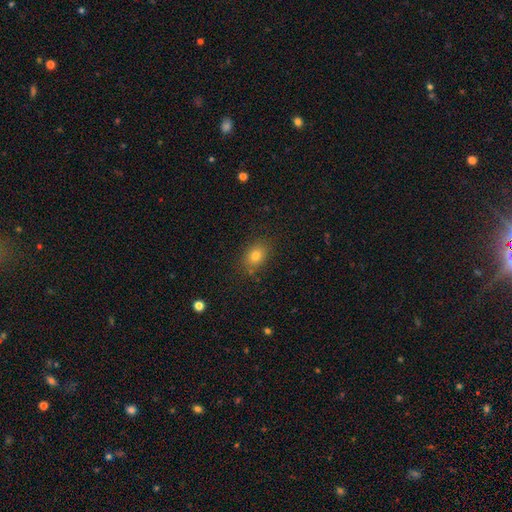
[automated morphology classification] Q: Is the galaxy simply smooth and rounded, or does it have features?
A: smooth — 79%.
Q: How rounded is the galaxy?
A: in between — 66%.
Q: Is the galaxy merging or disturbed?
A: none — 82%.